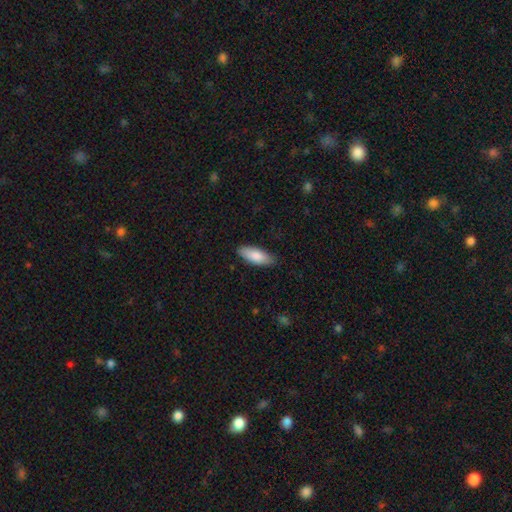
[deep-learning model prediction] smooth_or_featured: smooth (p=0.84) [alt: featured or disk p=0.11]
how_rounded: in between (p=0.74) [alt: cigar-shaped p=0.24]
merging: none (p=0.85) [alt: minor disturbance p=0.12]